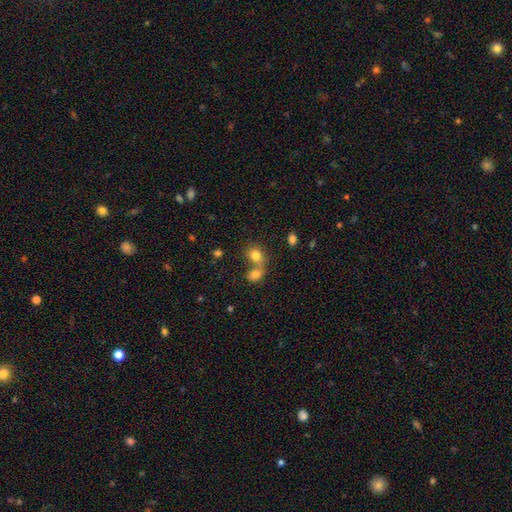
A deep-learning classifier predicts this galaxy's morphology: This is likely a smooth galaxy (79%). How rounded: possibly round (56%). Merging: possibly merger (58%).